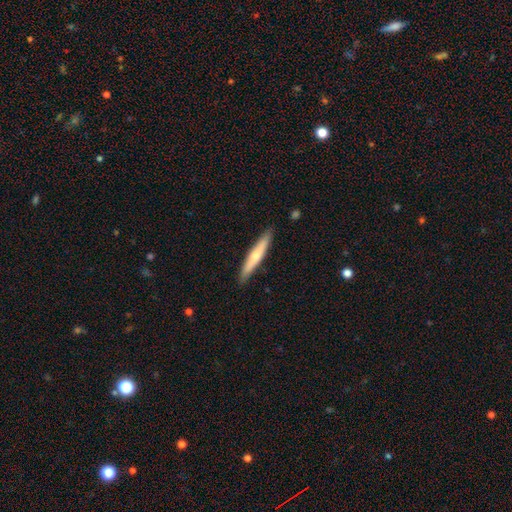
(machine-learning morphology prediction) smooth_or_featured: smooth (p=0.54) [alt: featured or disk p=0.41]
how_rounded: cigar-shaped (p=0.92) [alt: in between p=0.06]
merging: none (p=0.89) [alt: minor disturbance p=0.08]